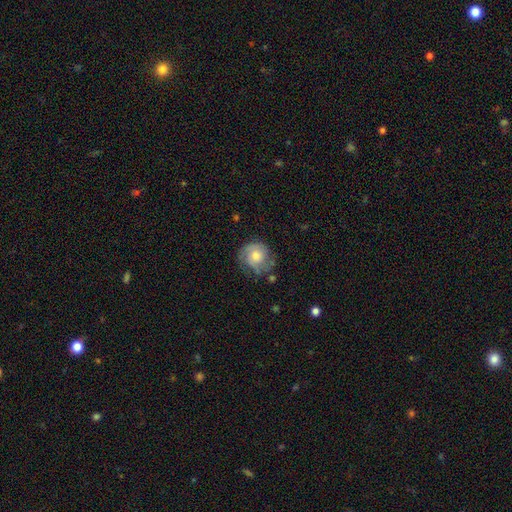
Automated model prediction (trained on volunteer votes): Smooth or featured: featured or disk — 50% (smooth — 42%)
Edge-on disk: no — 97% (yes — 3%)
Merging: none — 67% (minor disturbance — 22%)